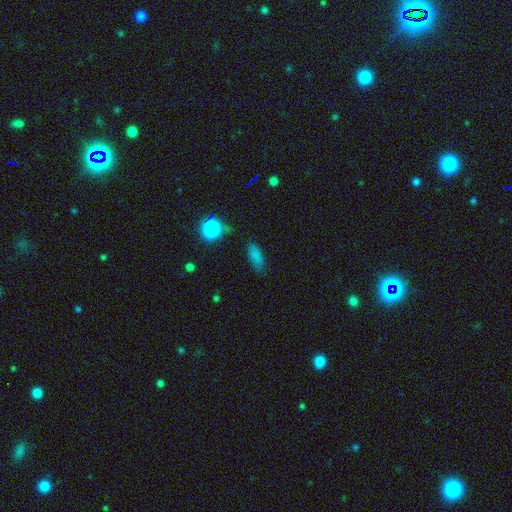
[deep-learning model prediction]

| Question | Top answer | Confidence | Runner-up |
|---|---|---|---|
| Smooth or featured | smooth | 77% | star or artifact (16%) |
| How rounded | in between | 73% | cigar-shaped (23%) |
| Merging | none | 75% | minor disturbance (17%) |